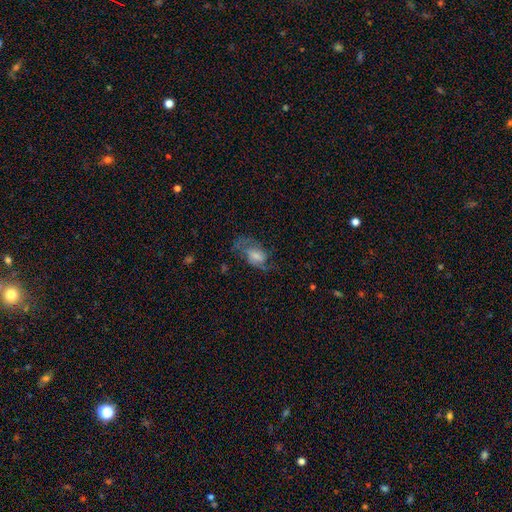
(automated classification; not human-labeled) featured or disk 68%, smooth 22%, star or artifact 11%. Down the decision tree: edge-on disk — no (95%); bar — no (48%); spiral arms — yes (89%); spiral arm count — 2 (77%); spiral winding — medium (48%); bulge size — moderate (39%); merging — none (60%).